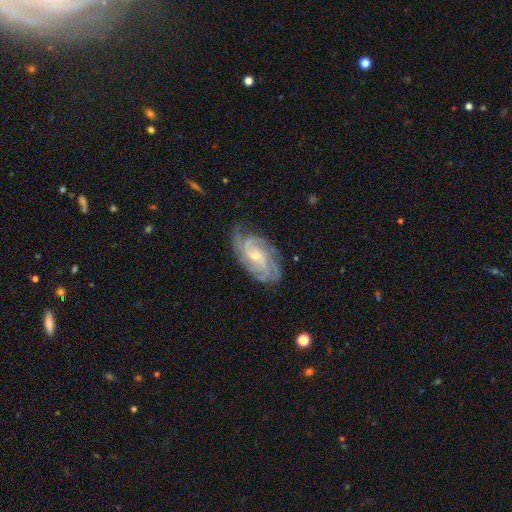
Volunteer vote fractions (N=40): Volunteers were most divided on "bar": no: 38%, weak: 35%, strong: 26%. Remaining: smooth or featured — featured or disk (95%); spiral arms — yes (94%); edge-on disk — no (89%); spiral winding — tight (75%); merging — none (75%); bulge size — small (53%); spiral arm count — 4 (34%).